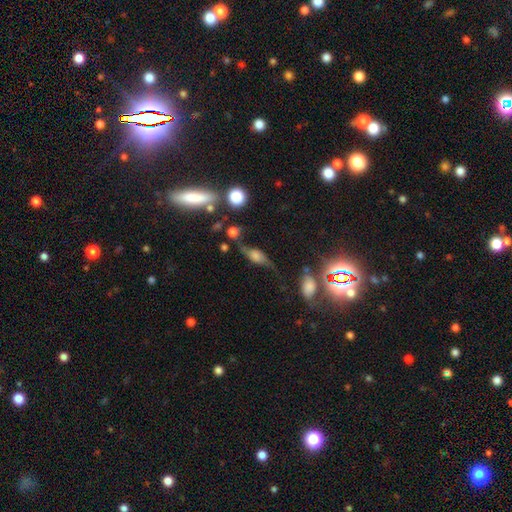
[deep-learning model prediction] A featured or disk galaxy (59%). Merging: none (54%).